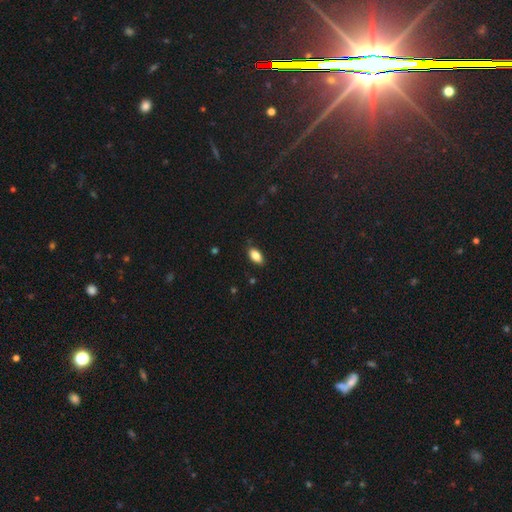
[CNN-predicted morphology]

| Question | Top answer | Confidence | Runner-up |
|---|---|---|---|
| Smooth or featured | smooth | 84% | featured or disk (8%) |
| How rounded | in between | 91% | cigar-shaped (5%) |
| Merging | none | 85% | minor disturbance (12%) |